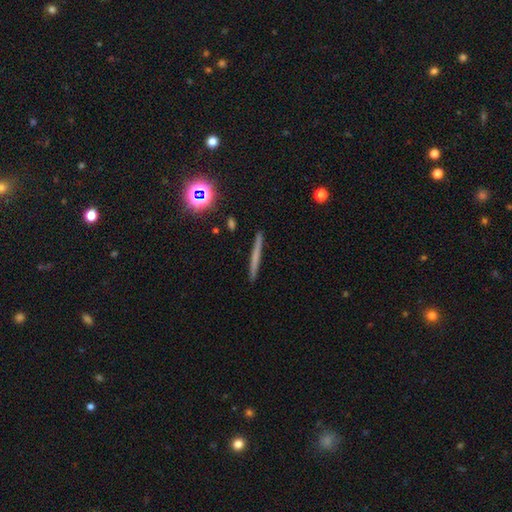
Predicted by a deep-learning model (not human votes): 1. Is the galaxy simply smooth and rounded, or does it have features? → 49% smooth, 38% featured or disk, 13% star or artifact.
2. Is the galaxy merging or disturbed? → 91% none, 6% minor disturbance, 1% major disturbance, 1% merger.